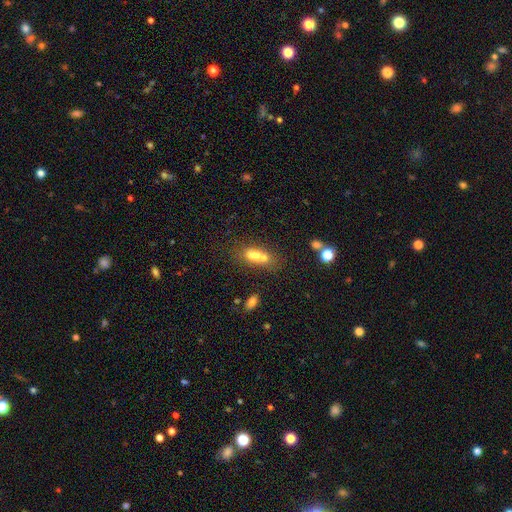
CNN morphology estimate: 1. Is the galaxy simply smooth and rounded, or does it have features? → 62% smooth, 25% featured or disk, 13% star or artifact.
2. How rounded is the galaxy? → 65% in between, 18% cigar-shaped, 16% round.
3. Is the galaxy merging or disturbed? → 54% merger, 28% none, 11% minor disturbance, 7% major disturbance.